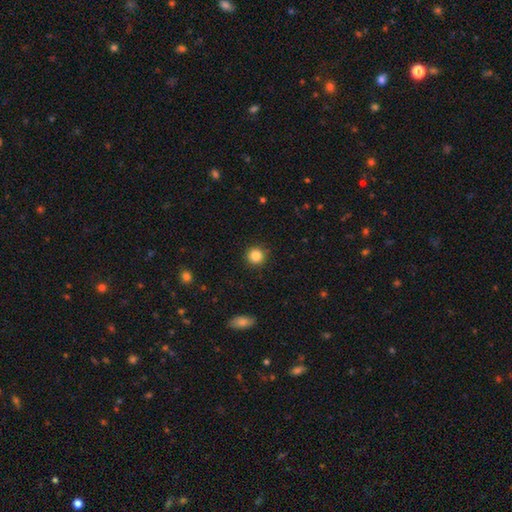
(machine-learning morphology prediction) smooth-or-featured: smooth: 85% | star or artifact: 10% | featured or disk: 4%
  how-rounded: round: 94% | in between: 5% | cigar-shaped: 1%
  merging: none: 91% | minor disturbance: 6% | major disturbance: 2% | merger: 1%